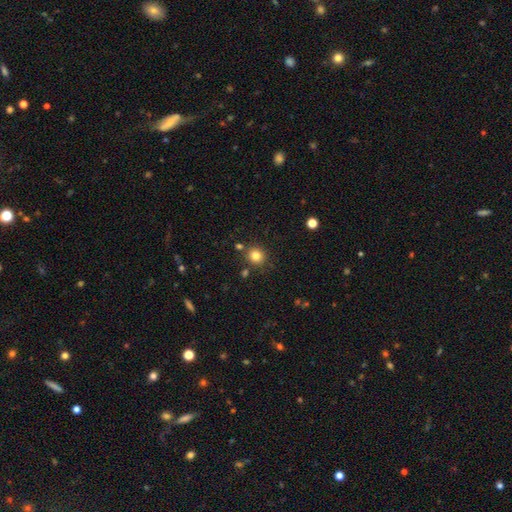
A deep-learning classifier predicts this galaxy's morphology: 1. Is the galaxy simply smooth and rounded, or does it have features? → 82% smooth, 13% star or artifact, 6% featured or disk.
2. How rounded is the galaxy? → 89% round, 10% in between, 1% cigar-shaped.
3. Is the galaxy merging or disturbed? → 84% none, 8% minor disturbance, 6% merger, 3% major disturbance.